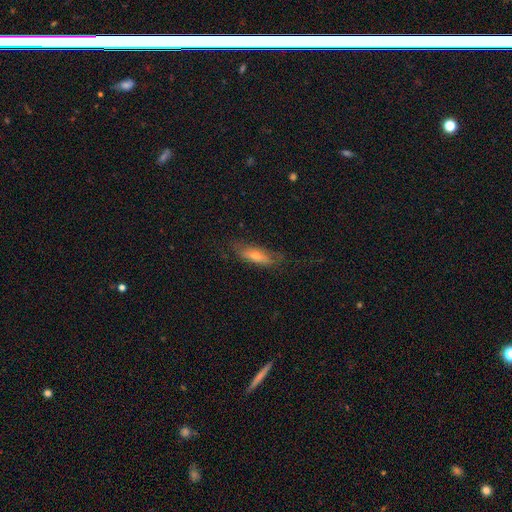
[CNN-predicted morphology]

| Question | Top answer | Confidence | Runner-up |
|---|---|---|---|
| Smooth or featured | smooth | 51% | featured or disk (41%) |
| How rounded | cigar-shaped | 54% | in between (43%) |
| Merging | none | 69% | minor disturbance (21%) |